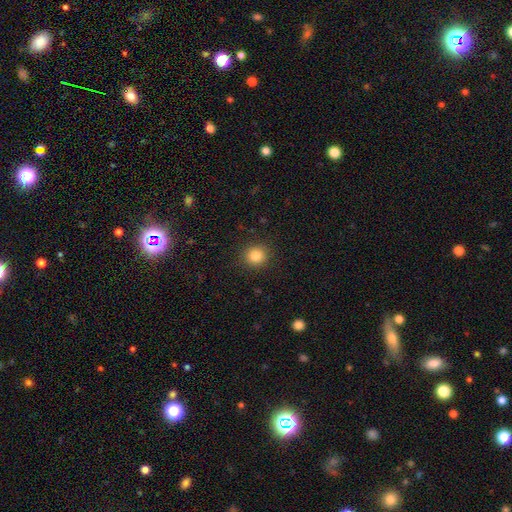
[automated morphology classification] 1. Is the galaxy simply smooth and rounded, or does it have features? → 83% smooth, 11% star or artifact, 5% featured or disk.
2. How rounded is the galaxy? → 89% round, 10% in between, 1% cigar-shaped.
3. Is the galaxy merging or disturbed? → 90% none, 6% minor disturbance, 2% major disturbance, 1% merger.